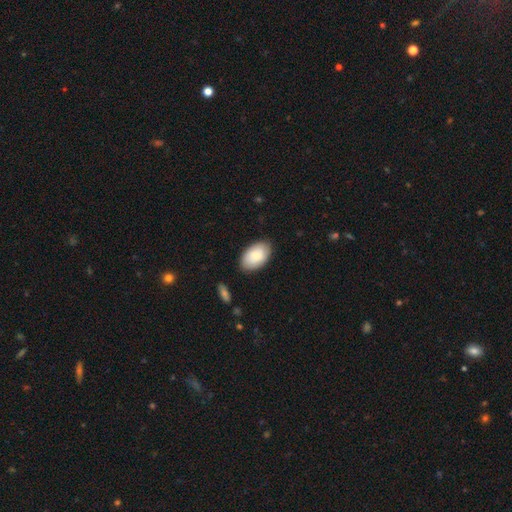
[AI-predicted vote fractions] The model was most divided on "smooth or featured": smooth: 81%, featured or disk: 13%, star or artifact: 6%. More confident: how rounded — in between (93%); merging — none (83%).